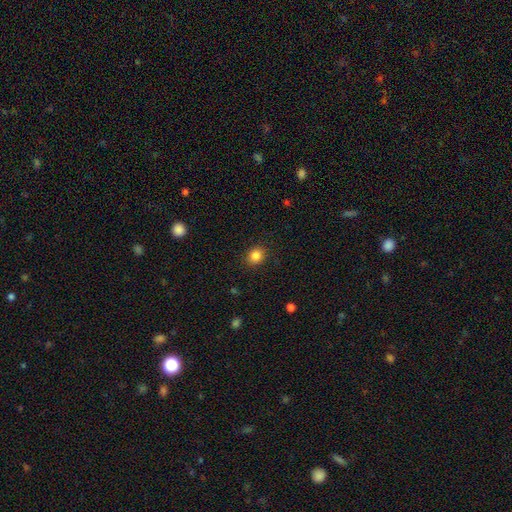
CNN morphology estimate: Smooth or featured? smooth (84%)
How rounded? round (73%)
Merging? none (89%)